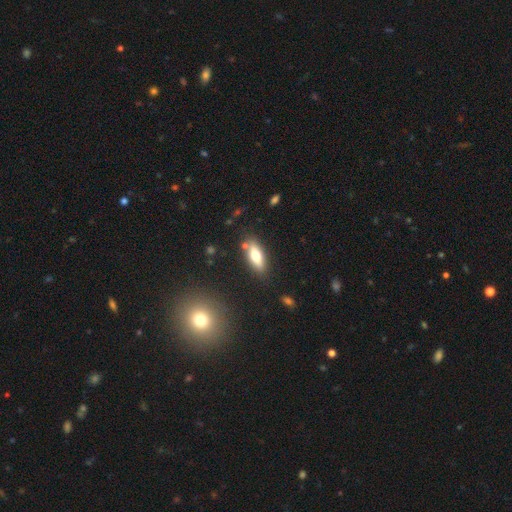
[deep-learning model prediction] smooth-or-featured: smooth: 67% | featured or disk: 25% | star or artifact: 8%
  how-rounded: in between: 64% | cigar-shaped: 34% | round: 3%
  merging: none: 80% | minor disturbance: 12% | merger: 5% | major disturbance: 3%